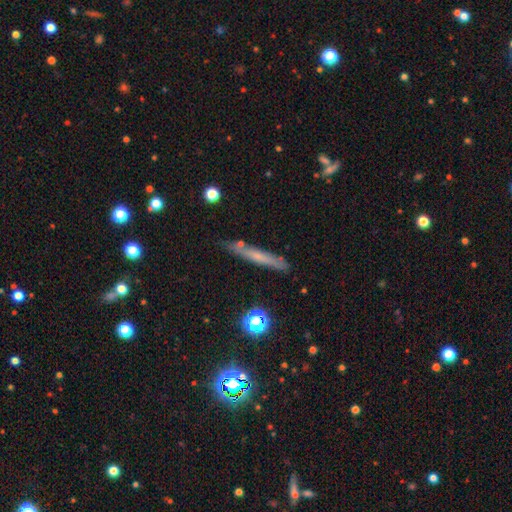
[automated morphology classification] This is possibly a smooth galaxy (46%). Merging: clearly none (82%).